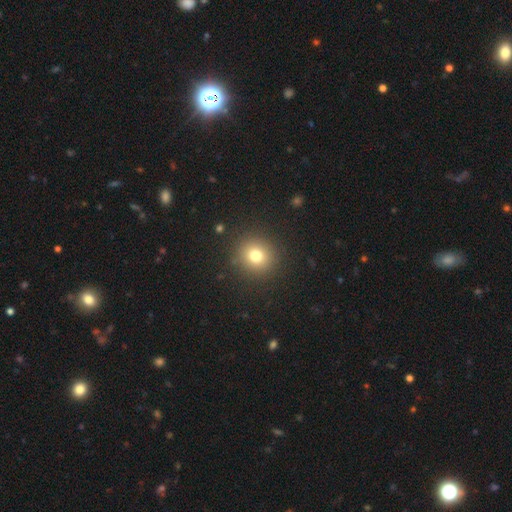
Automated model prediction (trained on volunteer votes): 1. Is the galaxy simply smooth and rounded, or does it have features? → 76% smooth, 14% star or artifact, 9% featured or disk.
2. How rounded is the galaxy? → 90% round, 9% in between, 1% cigar-shaped.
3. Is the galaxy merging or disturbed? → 90% none, 6% minor disturbance, 3% major disturbance, 1% merger.